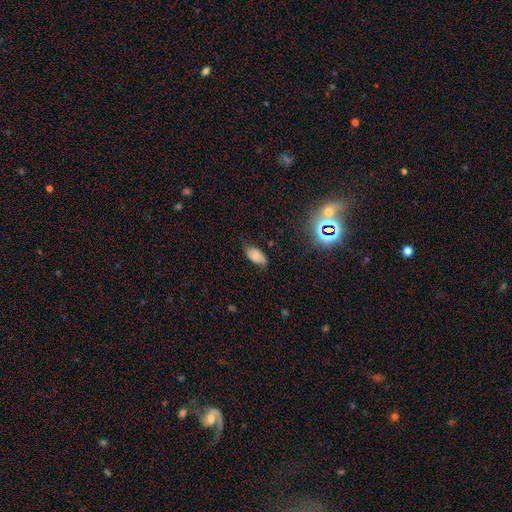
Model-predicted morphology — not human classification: smooth 67%, featured or disk 20%, star or artifact 13%. Down the decision tree: how rounded — in between (93%); merging — none (62%).